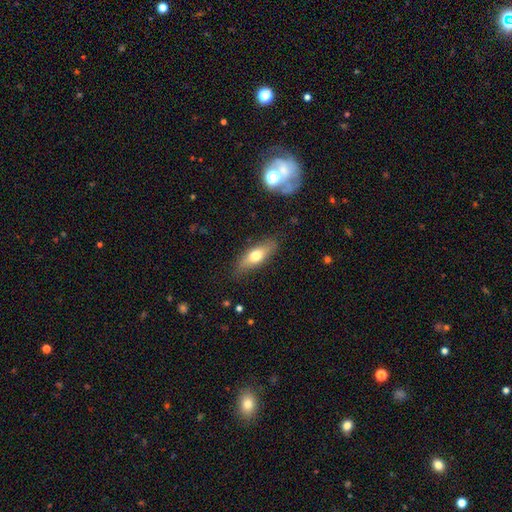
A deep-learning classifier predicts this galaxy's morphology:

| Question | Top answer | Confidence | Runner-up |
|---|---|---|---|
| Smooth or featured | smooth | 65% | featured or disk (29%) |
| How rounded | in between | 61% | cigar-shaped (36%) |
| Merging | none | 82% | minor disturbance (14%) |